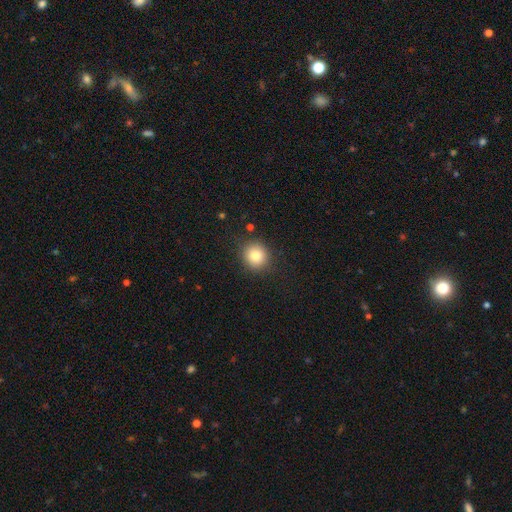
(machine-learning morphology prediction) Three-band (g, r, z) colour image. It shows a smooth galaxy with no disk features (80%) that is round (88%). Merging: none (88%).